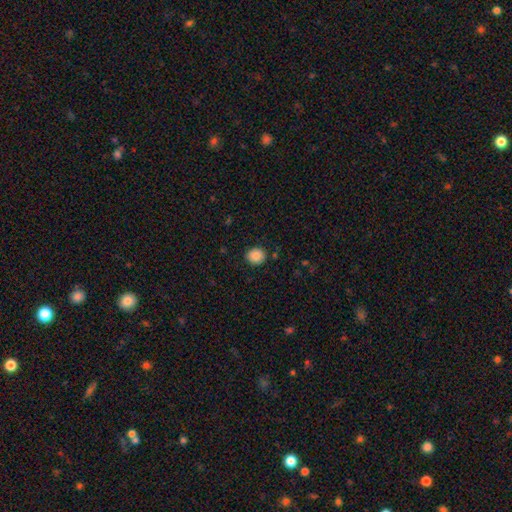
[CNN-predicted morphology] smooth 88%, star or artifact 9%, featured or disk 3%. Down the decision tree: how rounded — round (79%); merging — none (88%).